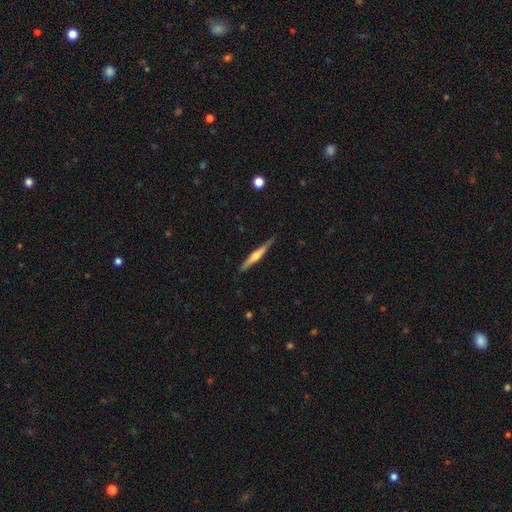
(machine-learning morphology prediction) A featured or disk galaxy (60%) viewed edge-on (97%) with a rounded central bulge (76%).

Vote fractions:
- Smooth or featured? featured or disk: 60% / smooth: 34% / star or artifact: 6%
- Edge-on disk? yes: 97% / no: 3%
- Edge-on bulge? rounded: 76% / none: 14% / boxy: 10%
- Merging? none: 86% / minor disturbance: 11% / major disturbance: 2% / merger: 1%